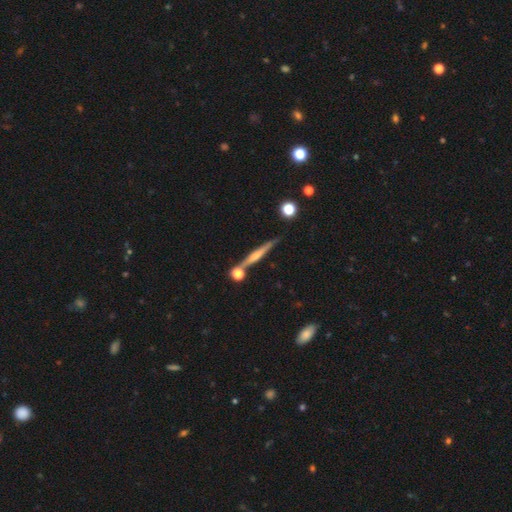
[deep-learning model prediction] This appears to be a featured or disk galaxy (60%) viewed edge-on (96%) with a rounded central bulge (59%). Merging: none (77%).